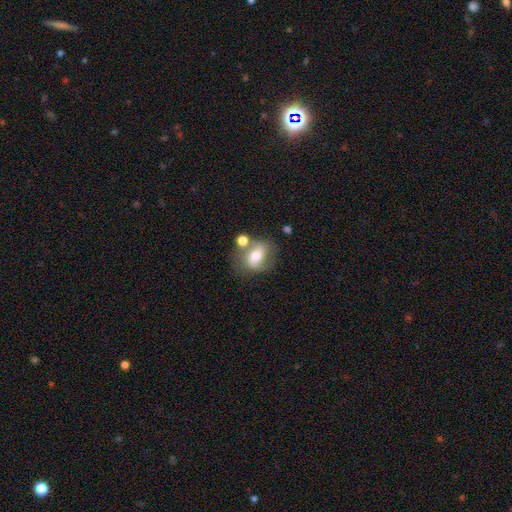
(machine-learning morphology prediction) Smooth or featured: smooth — 47% (featured or disk — 43%)
Merging: none — 56% (merger — 19%)